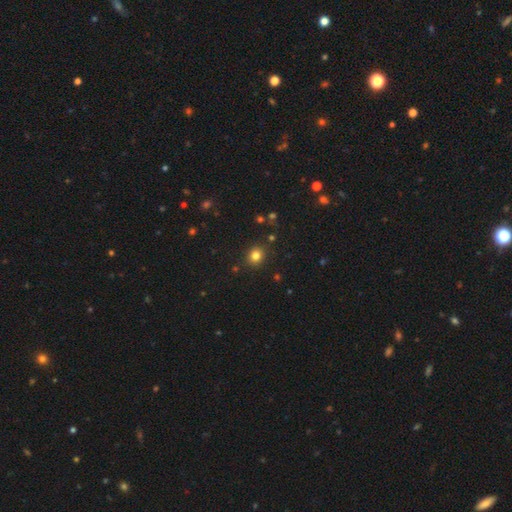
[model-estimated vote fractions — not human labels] A smooth galaxy with no disk features (80%) that is round (82%). Merging: none (89%).